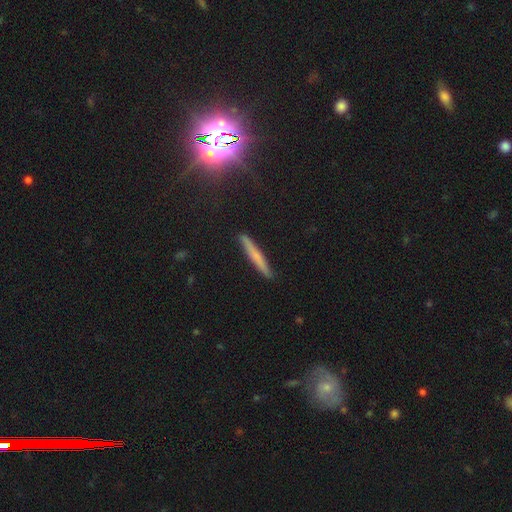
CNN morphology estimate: Overall: smooth (57%; featured or disk 34%). How rounded: cigar-shaped (96%). Merging: none (90%).